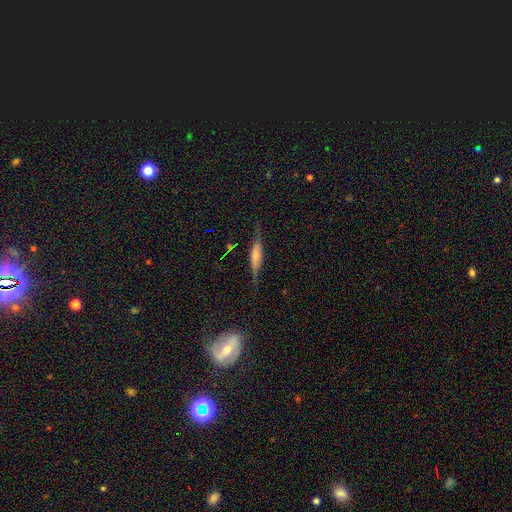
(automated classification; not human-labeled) The model was most divided on "smooth or featured": featured or disk: 51%, smooth: 41%, star or artifact: 9%. More confident: edge-on disk — yes (89%); merging — none (73%).